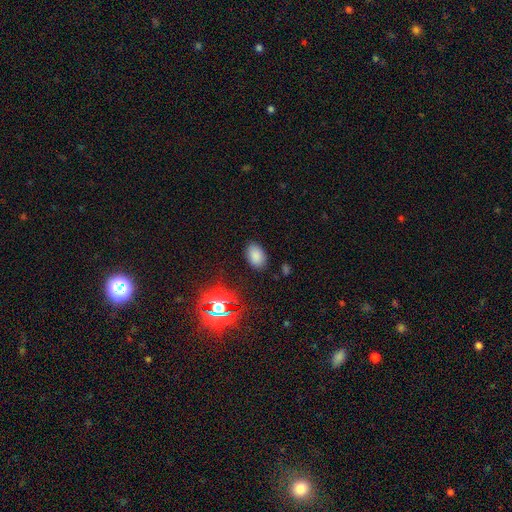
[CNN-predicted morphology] Smooth or featured?
  - smooth: 79% *
  - star or artifact: 16%
  - featured or disk: 6%
How rounded?
  - in between: 90% *
  - round: 9%
  - cigar-shaped: 1%
Merging?
  - none: 85% *
  - minor disturbance: 11%
  - major disturbance: 3%
  - merger: 1%